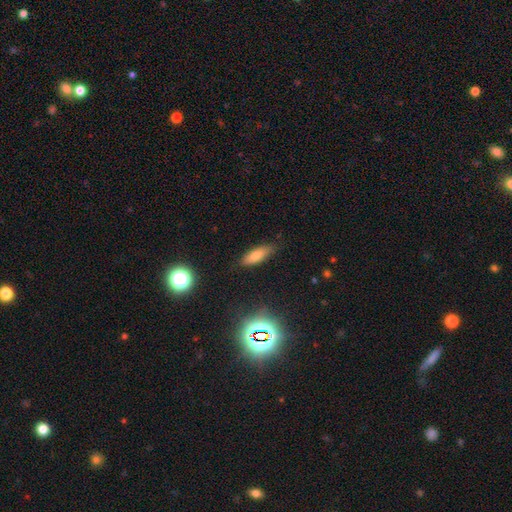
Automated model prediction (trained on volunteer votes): The model was most divided on "how rounded": in between: 58%, cigar-shaped: 39%, round: 3%. More confident: merging — none (82%); smooth or featured — smooth (72%).